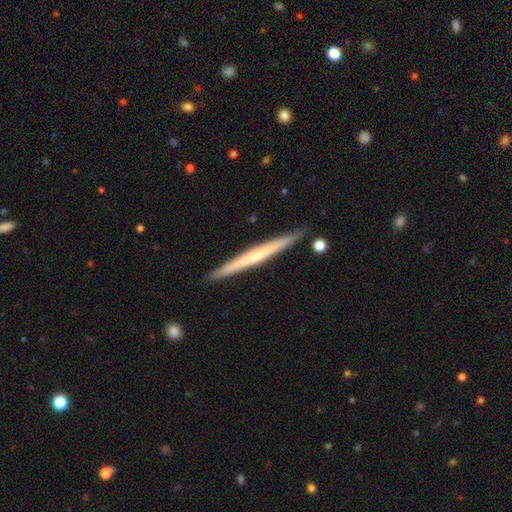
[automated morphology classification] smooth_or_featured: featured or disk (p=0.57) [alt: smooth p=0.38]
disk_edge_on: yes (p=0.97) [alt: no p=0.03]
edge_on_bulge: none (p=0.64) [alt: rounded p=0.31]
merging: none (p=0.90) [alt: minor disturbance p=0.07]